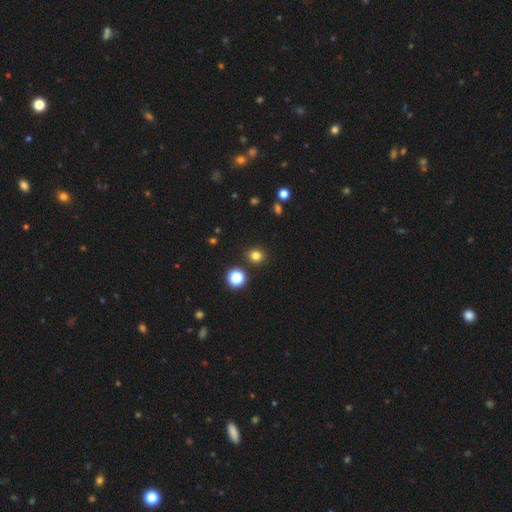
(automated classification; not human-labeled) smooth-or-featured: smooth: 79% | star or artifact: 16% | featured or disk: 5%
  how-rounded: round: 86% | in between: 13% | cigar-shaped: 1%
  merging: none: 89% | minor disturbance: 6% | merger: 3% | major disturbance: 2%